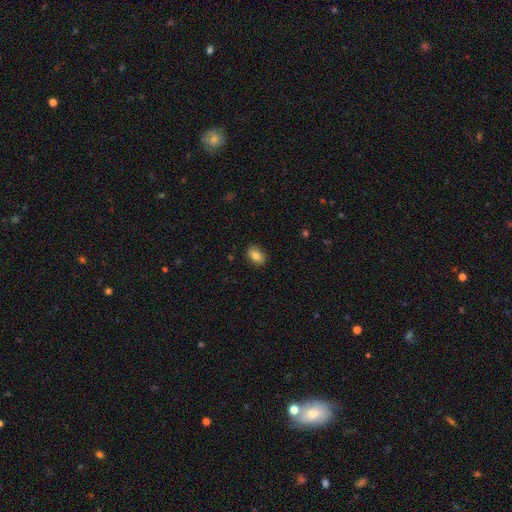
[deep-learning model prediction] This is clearly a smooth galaxy (83%). How rounded: clearly in between (87%). Merging: clearly none (87%).